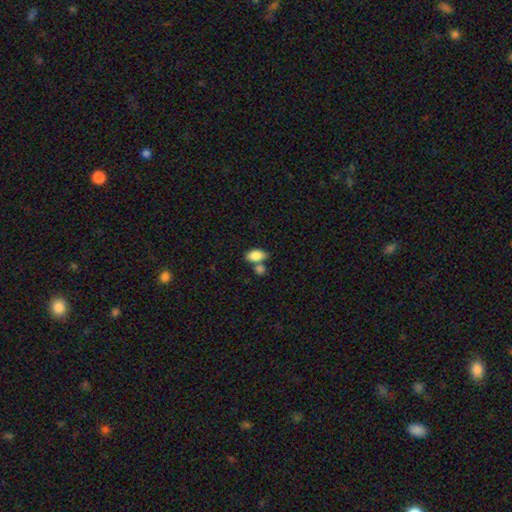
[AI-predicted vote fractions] smooth 84%, featured or disk 9%, star or artifact 7%. Down the decision tree: how rounded — in between (90%); merging — none (51%).